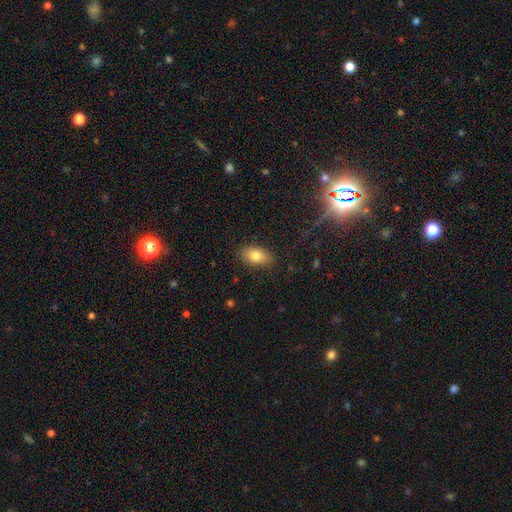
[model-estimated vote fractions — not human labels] smooth 80%, featured or disk 11%, star or artifact 8%. Down the decision tree: how rounded — in between (90%); merging — none (85%).